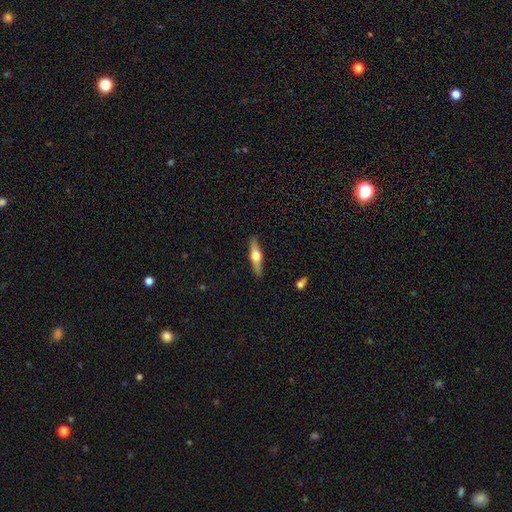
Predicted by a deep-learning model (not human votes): A featured or disk galaxy (61%) viewed edge-on (95%) with a rounded central bulge (95%).

Vote fractions:
- Smooth or featured? featured or disk: 61% / smooth: 34% / star or artifact: 5%
- Edge-on disk? yes: 95% / no: 5%
- Edge-on bulge? rounded: 95% / boxy: 3% / none: 2%
- Merging? none: 90% / minor disturbance: 7% / major disturbance: 2% / merger: 1%